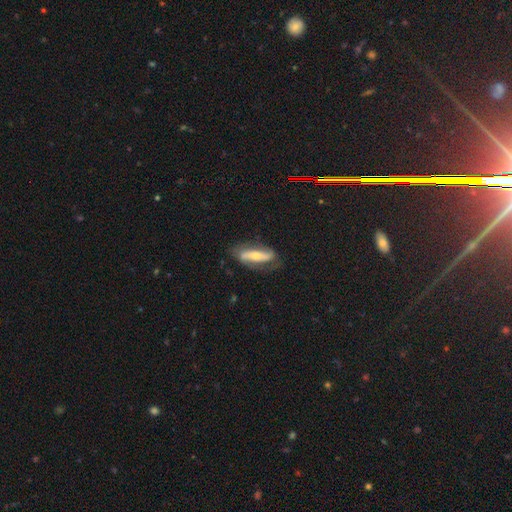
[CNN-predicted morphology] Smooth or featured? Predicted: featured or disk (p=0.64). Edge-on disk? Predicted: no (p=0.73). Merging? Predicted: none (p=0.69).